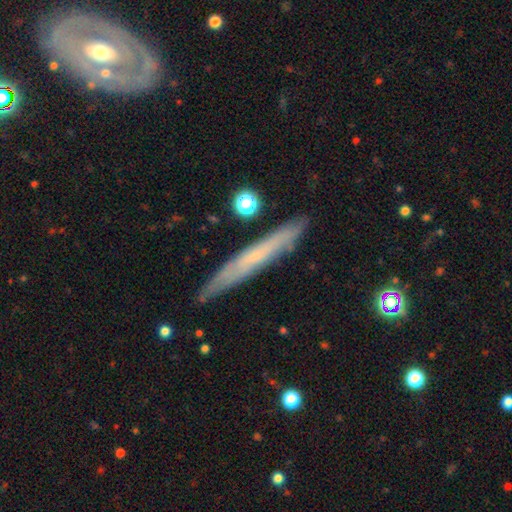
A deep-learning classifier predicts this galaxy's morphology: This is possibly a featured or disk galaxy (53%). It is clearly viewed edge-on (87%). Merging: clearly none (86%).